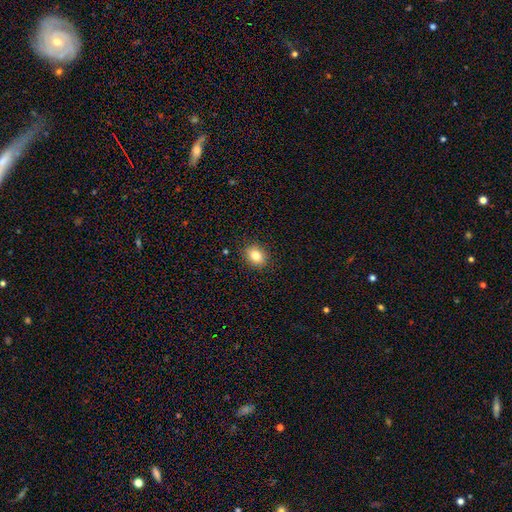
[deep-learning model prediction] This appears to be a smooth galaxy with no disk features (83%) that is in between round and cigar-shaped (66%). Merging: none (89%).